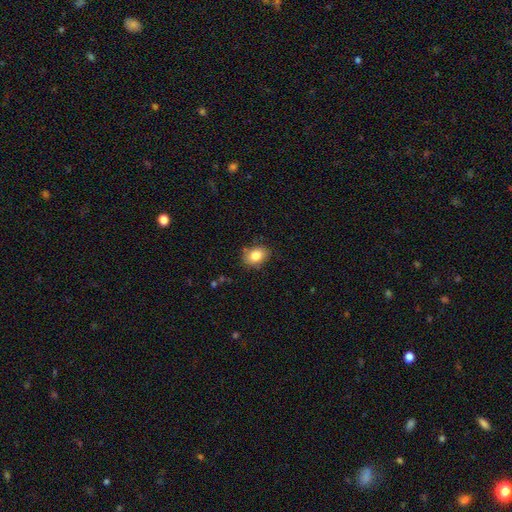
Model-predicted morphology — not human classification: Overall: smooth (83%). How rounded: in between (72%). Merging: none (79%).